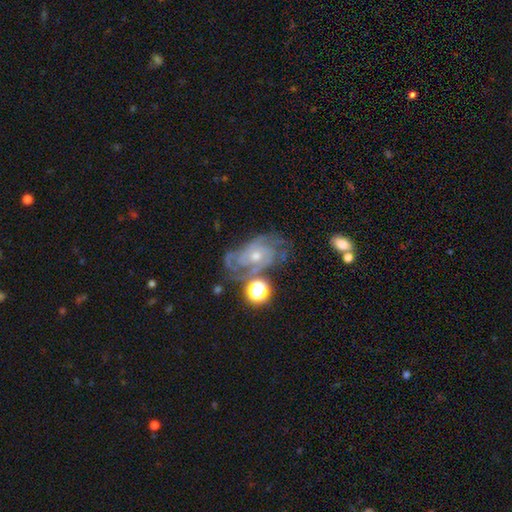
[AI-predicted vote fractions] Overall: featured or disk (75%). Edge-on disk: no (96%). Bar: no (76%). Spiral arms: yes (87%). Spiral arm count: can't tell (42%; 2 22%). Spiral winding: tight (52%; medium 36%). Bulge size: moderate (48%; small 45%). Merging: none (46%; minor disturbance 23%).